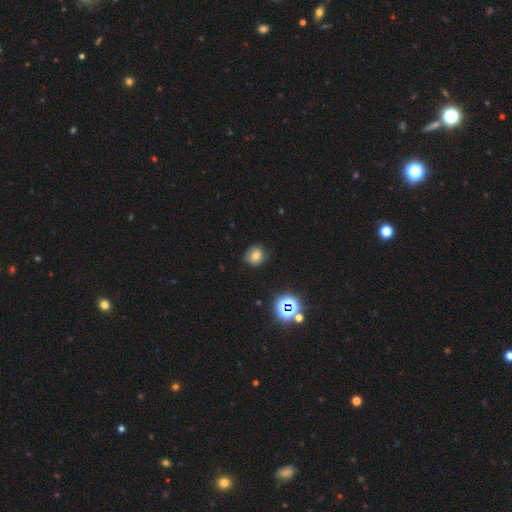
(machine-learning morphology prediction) This appears to be a smooth galaxy with no disk features (68%) that is round (81%). Merging: none (78%).